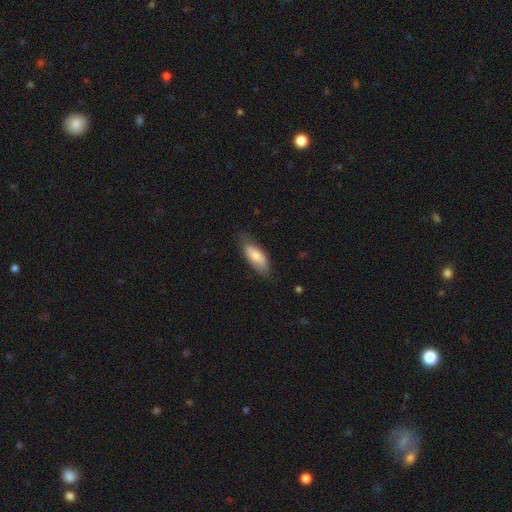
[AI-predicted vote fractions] Smooth or featured?
  - smooth: 76% *
  - featured or disk: 19%
  - star or artifact: 6%
How rounded?
  - in between: 73% *
  - cigar-shaped: 25%
  - round: 2%
Merging?
  - none: 71% *
  - minor disturbance: 23%
  - major disturbance: 5%
  - merger: 1%